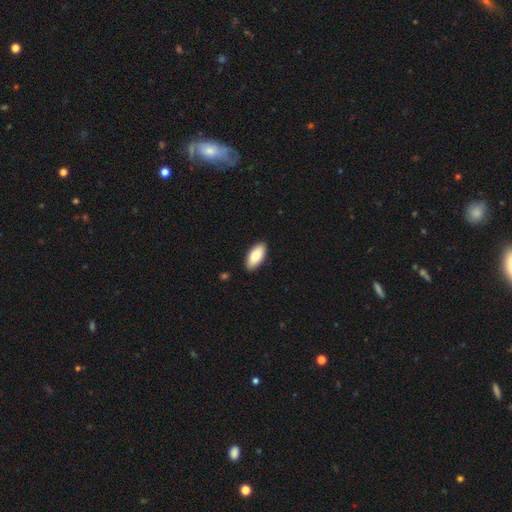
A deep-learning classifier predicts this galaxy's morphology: Overall: smooth (81%). How rounded: in between (91%). Merging: none (90%).